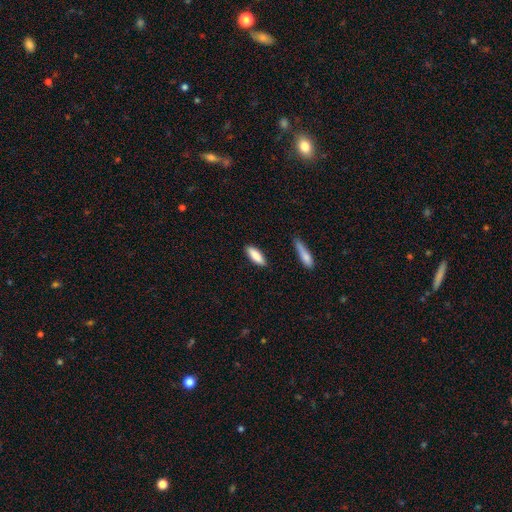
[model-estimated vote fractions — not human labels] This is clearly a smooth galaxy (85%). How rounded: possibly in between (58%). Merging: clearly none (86%).